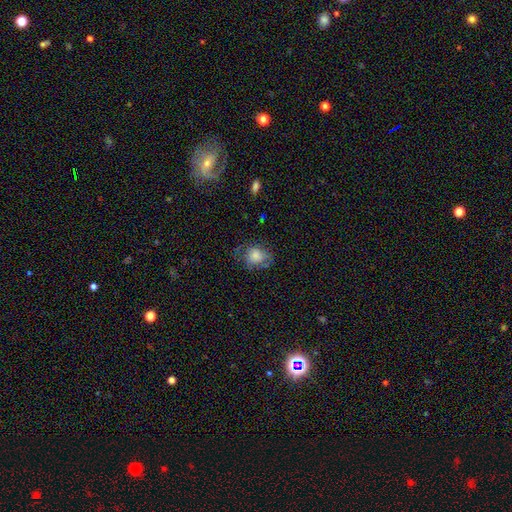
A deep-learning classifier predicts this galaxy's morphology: smooth-or-featured: smooth: 62% | featured or disk: 29% | star or artifact: 9%
  how-rounded: round: 56% | in between: 43% | cigar-shaped: 1%
  merging: none: 52% | minor disturbance: 26% | major disturbance: 21% | merger: 2%